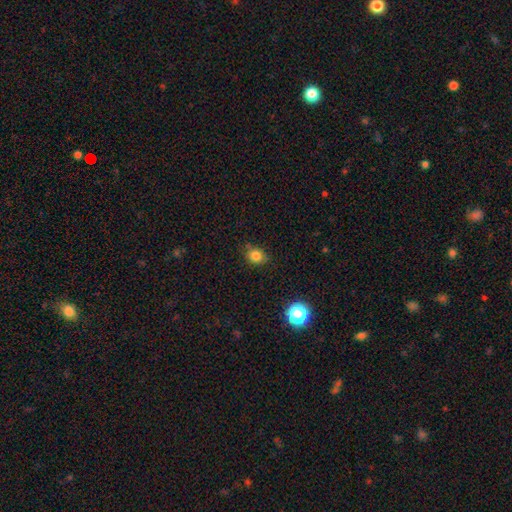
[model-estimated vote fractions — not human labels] Overall: smooth (81%). How rounded: round (59%; in between 40%). Merging: none (77%).